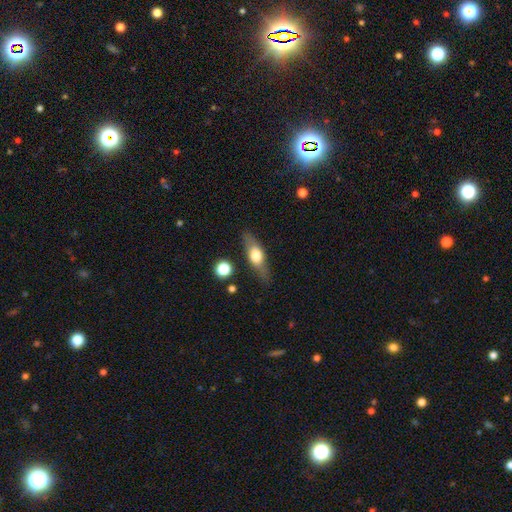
smooth-or-featured: smooth: 49% (tied) | featured or disk: 49% (tied) | star or artifact: 3%
  how-rounded: cigar-shaped: 72% | in between: 28% | round: 0%
  merging: none: 72% | minor disturbance: 22% | major disturbance: 3% | merger: 3%